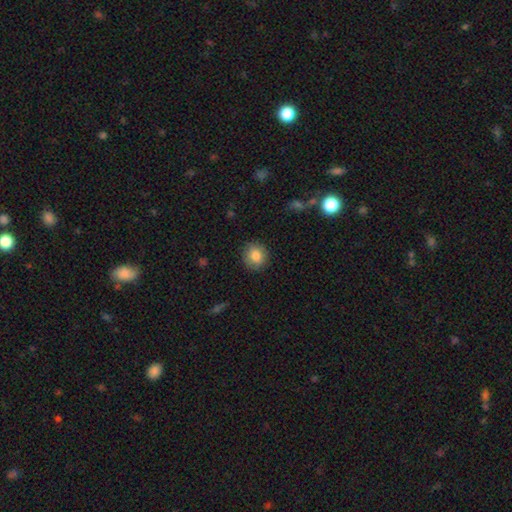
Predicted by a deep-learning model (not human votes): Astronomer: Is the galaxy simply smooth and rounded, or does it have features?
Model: smooth — 83%.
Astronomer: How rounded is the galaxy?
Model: round — 83%.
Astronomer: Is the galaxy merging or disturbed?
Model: none — 86%.